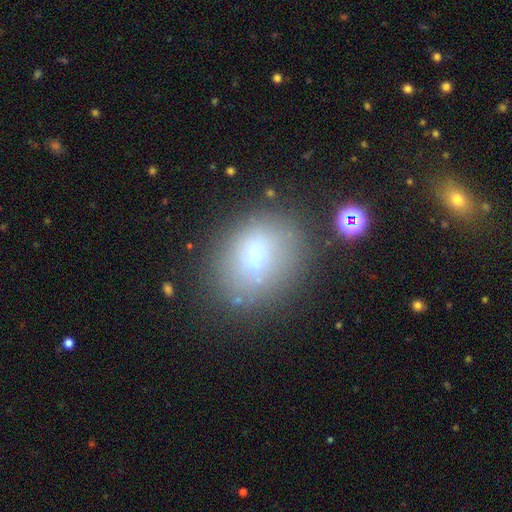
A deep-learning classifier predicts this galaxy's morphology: A smooth galaxy with no disk features (67%) that is in between round and cigar-shaped (56%).

Vote fractions:
- Smooth or featured? smooth: 67% / featured or disk: 19% / star or artifact: 15%
- How rounded? in between: 56% / round: 42% / cigar-shaped: 2%
- Merging? none: 67% / minor disturbance: 18% / major disturbance: 9% / merger: 7%